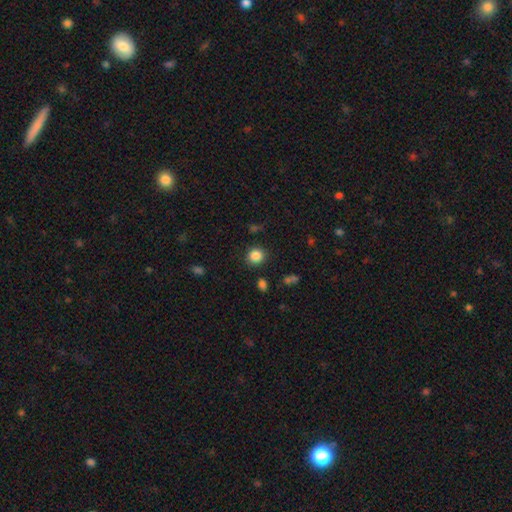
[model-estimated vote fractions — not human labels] This appears to be a smooth galaxy with no disk features (85%) that is round (87%). Merging: none (88%).